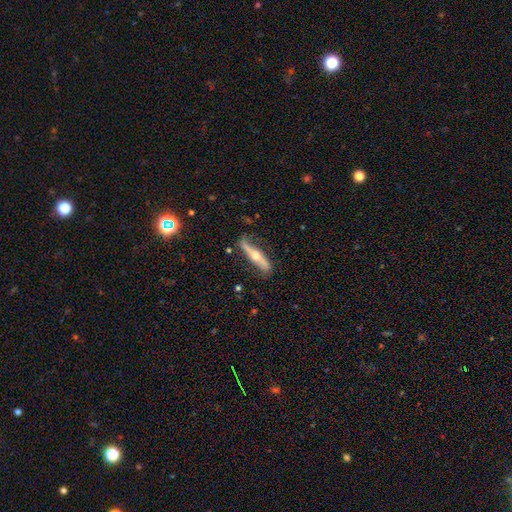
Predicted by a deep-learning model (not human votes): Overall: featured or disk (67%; smooth 28%). Edge-on disk: yes (79%). Edge-on bulge: rounded (93%). Merging: none (74%).